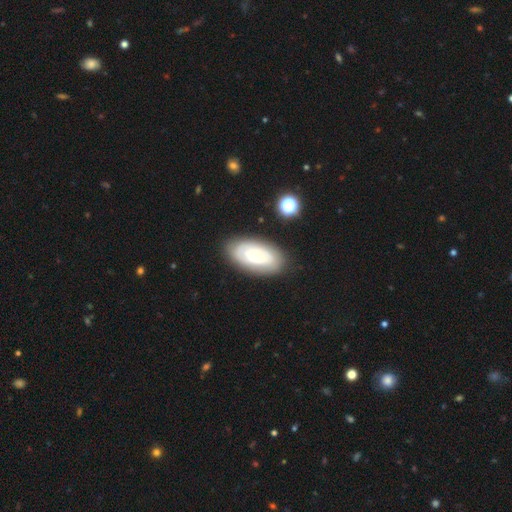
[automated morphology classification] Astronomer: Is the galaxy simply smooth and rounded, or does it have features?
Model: featured or disk — 53% (runner-up: smooth, 40%).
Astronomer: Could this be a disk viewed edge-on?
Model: no — 90%.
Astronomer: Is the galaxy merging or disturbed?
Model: none — 82%.